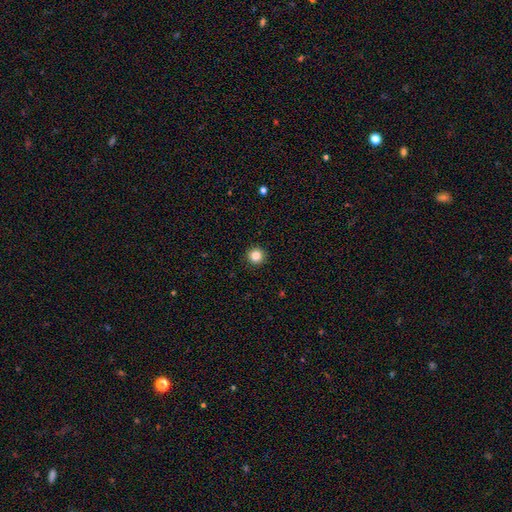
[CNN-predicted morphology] smooth-or-featured: smooth: 85% | star or artifact: 11% | featured or disk: 4%
  how-rounded: round: 95% | in between: 4% | cigar-shaped: 1%
  merging: none: 93% | minor disturbance: 5% | major disturbance: 2% | merger: 1%